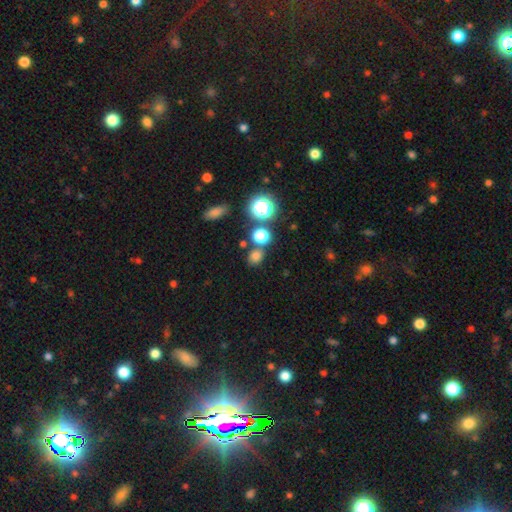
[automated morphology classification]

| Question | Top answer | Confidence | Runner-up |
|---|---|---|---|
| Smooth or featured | smooth | 73% | star or artifact (22%) |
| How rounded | round | 70% | in between (29%) |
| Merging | none | 74% | merger (12%) |